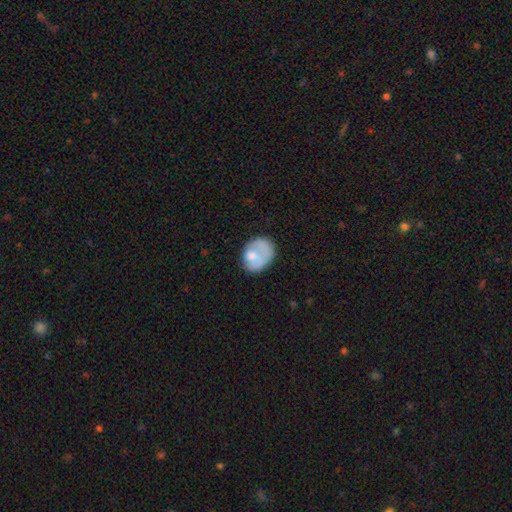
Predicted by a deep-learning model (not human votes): smooth 62%, featured or disk 31%, star or artifact 7%. Down the decision tree: how rounded — in between (57%); merging — none (43%).